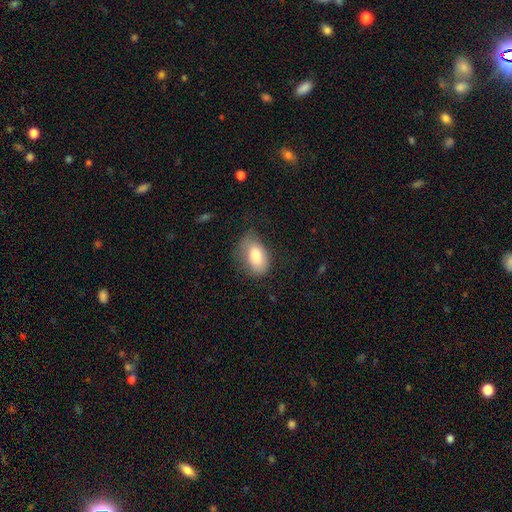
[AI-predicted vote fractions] This is likely a smooth galaxy (79%). How rounded: clearly in between (92%). Merging: possibly none (57%).